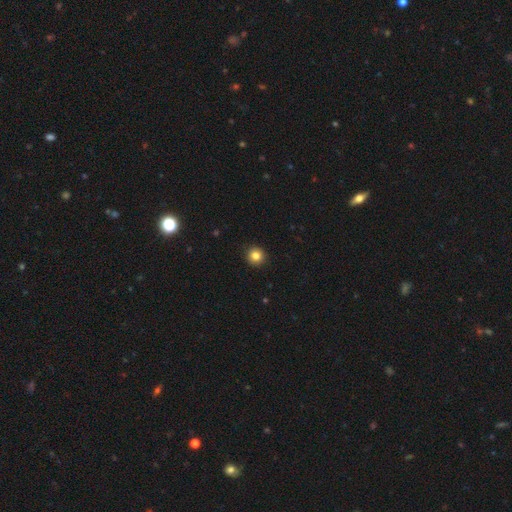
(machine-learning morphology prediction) smooth_or_featured: smooth (p=0.83) [alt: star or artifact p=0.11]
how_rounded: round (p=0.95) [alt: in between p=0.04]
merging: none (p=0.93) [alt: minor disturbance p=0.04]